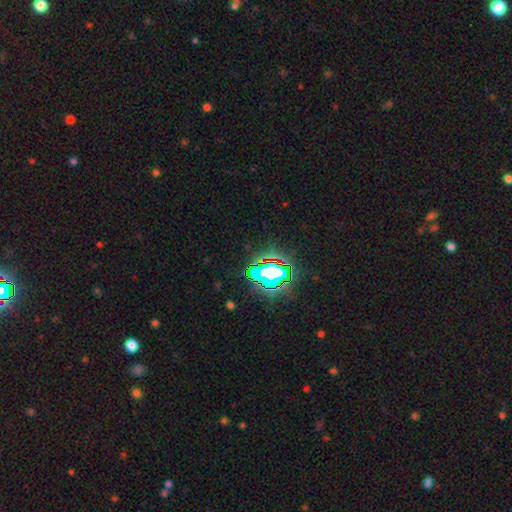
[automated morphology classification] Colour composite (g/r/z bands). It shows a star or artifact, not a galaxy (80%).